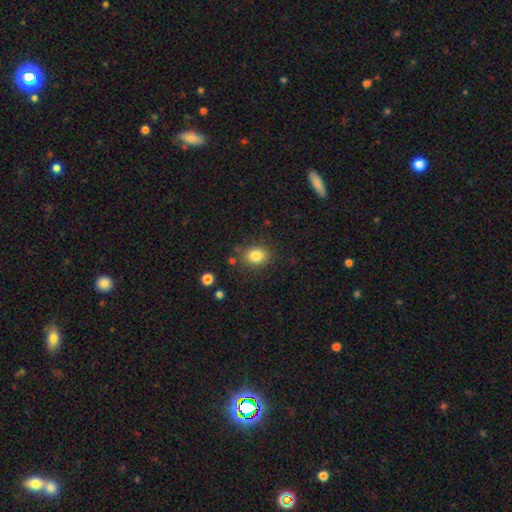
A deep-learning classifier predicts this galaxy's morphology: This appears to be a smooth galaxy with no disk features (83%) that is in between round and cigar-shaped (52%). Merging: none (80%).